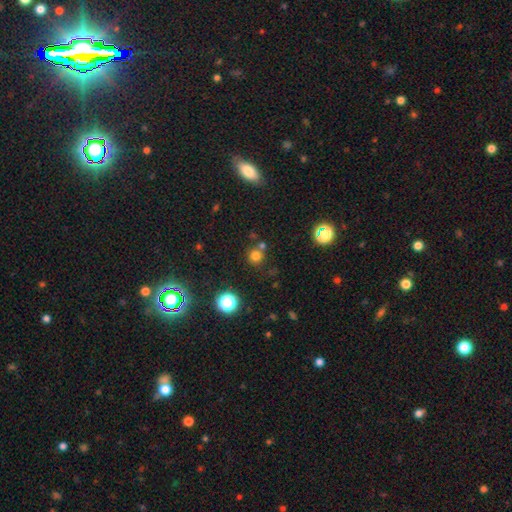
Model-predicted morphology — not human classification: smooth-or-featured: smooth: 70% | star or artifact: 23% | featured or disk: 7%
  how-rounded: round: 93% | in between: 6% | cigar-shaped: 1%
  merging: none: 70% | merger: 19% | minor disturbance: 8% | major disturbance: 3%